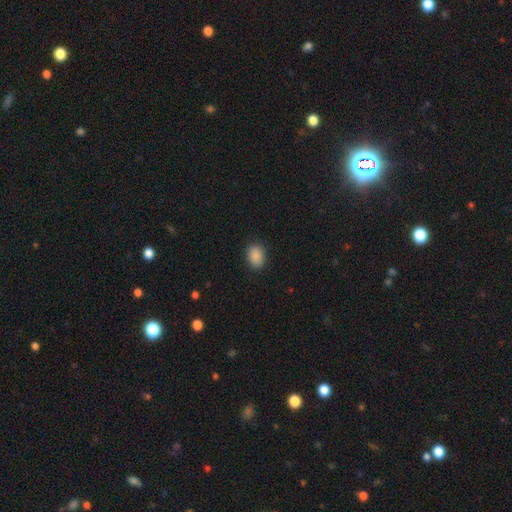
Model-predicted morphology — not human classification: This is clearly a smooth galaxy (88%). How rounded: likely in between (71%). Merging: clearly none (87%).